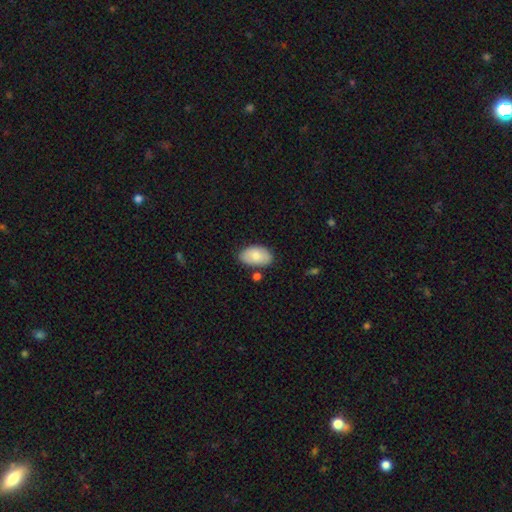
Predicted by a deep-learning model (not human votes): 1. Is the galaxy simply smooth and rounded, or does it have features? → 77% smooth, 16% featured or disk, 6% star or artifact.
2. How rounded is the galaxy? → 94% in between, 5% round, 1% cigar-shaped.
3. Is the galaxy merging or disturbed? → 76% none, 16% minor disturbance, 5% merger, 3% major disturbance.